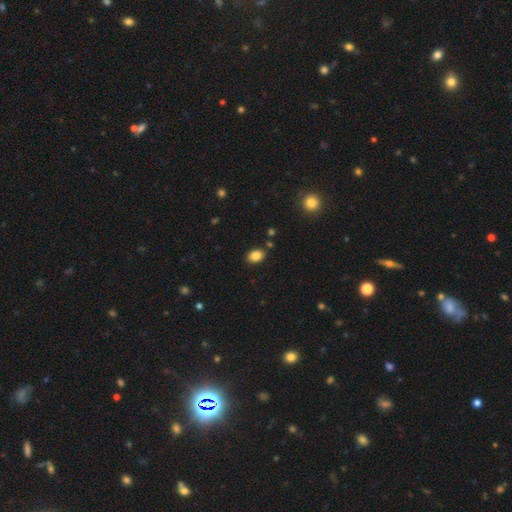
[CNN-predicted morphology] Overall: smooth (86%). How rounded: in between (77%). Merging: none (85%).